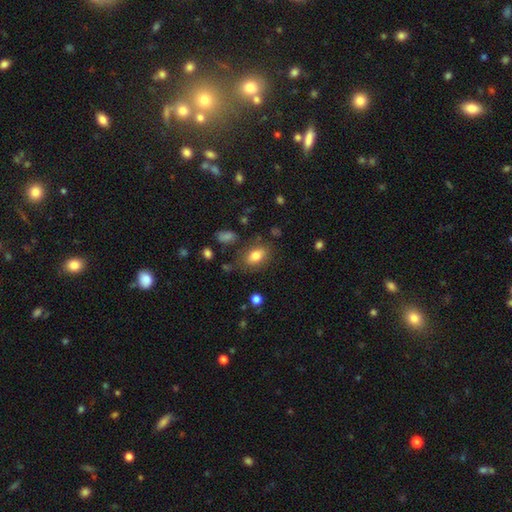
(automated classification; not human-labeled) A smooth galaxy with no disk features (80%) that is in between round and cigar-shaped (84%). Merging: none (74%).